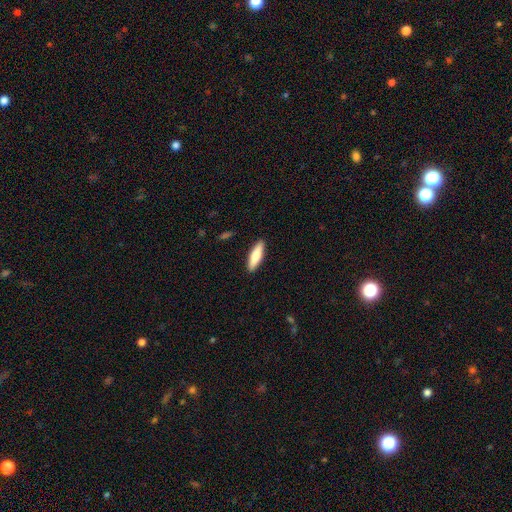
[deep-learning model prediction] A smooth galaxy with no disk features (76%) that is cigar-shaped (61%).

Vote fractions:
- Smooth or featured? smooth: 76% / featured or disk: 19% / star or artifact: 5%
- How rounded? cigar-shaped: 61% / in between: 37% / round: 2%
- Merging? none: 90% / minor disturbance: 7% / major disturbance: 2% / merger: 1%